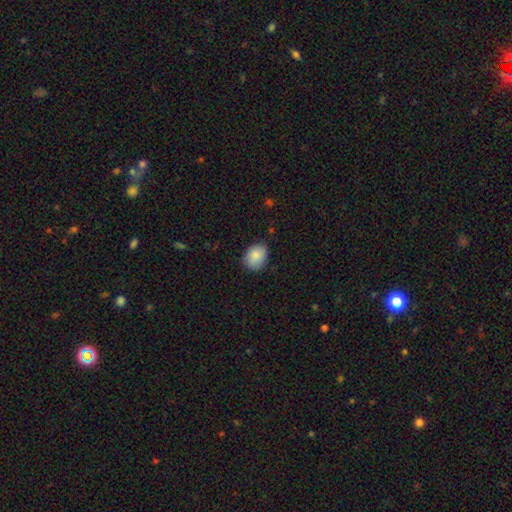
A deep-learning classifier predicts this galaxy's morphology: A smooth galaxy with no disk features (87%) that is in between round and cigar-shaped (62%).

Vote fractions:
- Smooth or featured? smooth: 87% / star or artifact: 7% / featured or disk: 6%
- How rounded? in between: 62% / round: 37% / cigar-shaped: 1%
- Merging? none: 79% / minor disturbance: 17% / major disturbance: 3% / merger: 1%